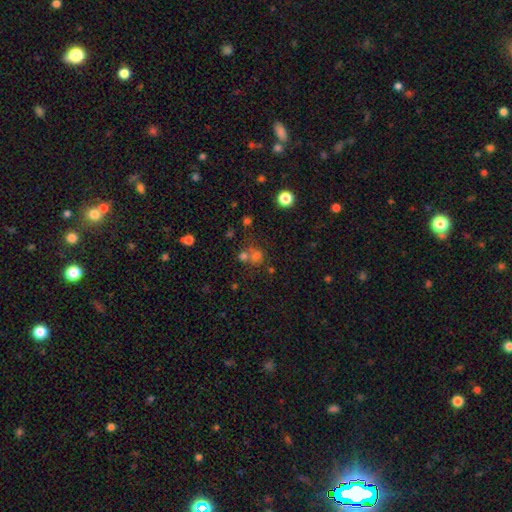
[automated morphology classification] This appears to be a smooth galaxy with no disk features (63%) that is round (83%). Merging: none (46%).